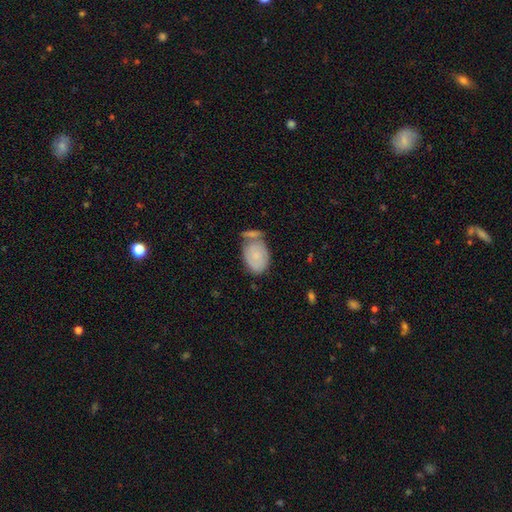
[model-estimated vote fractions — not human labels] This appears to be a smooth galaxy with no disk features (72%) that is in between round and cigar-shaped (83%). Merging: none (42%).